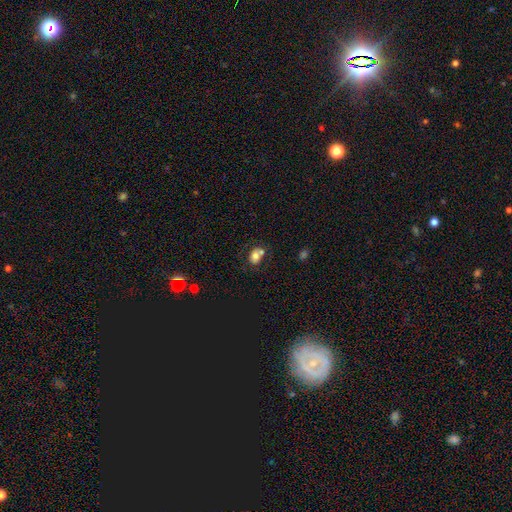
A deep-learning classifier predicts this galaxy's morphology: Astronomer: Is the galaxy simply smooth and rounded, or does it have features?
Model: smooth — 69%.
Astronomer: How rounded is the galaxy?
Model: in between — 54% (runner-up: round, 45%).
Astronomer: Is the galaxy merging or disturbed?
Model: none — 44% (runner-up: merger, 33%).